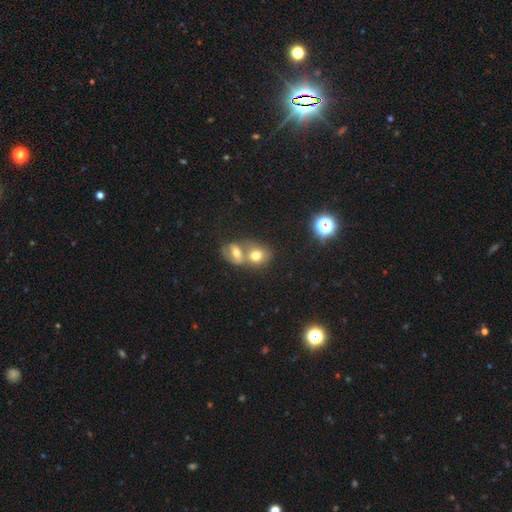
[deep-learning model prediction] Morphology: type=smooth (67%); roundness=round (54%); merging=merger (63%).